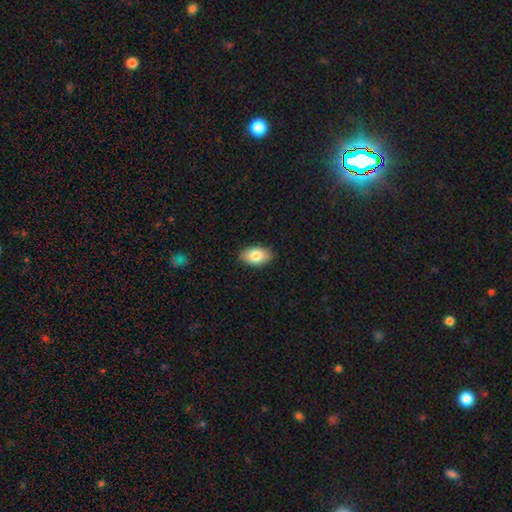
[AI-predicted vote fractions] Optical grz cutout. It shows a smooth galaxy with no disk features (82%) that is in between round and cigar-shaped (92%). Merging: none (88%).